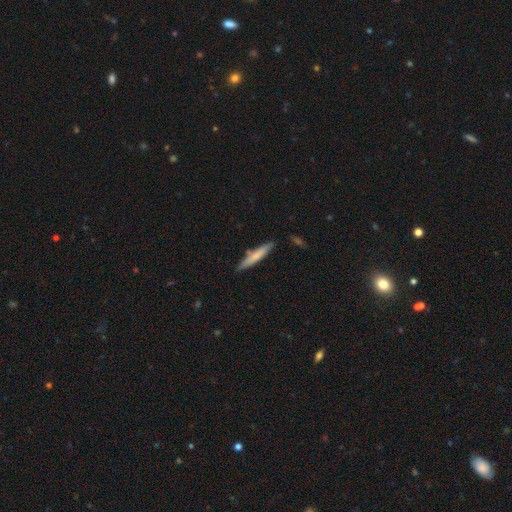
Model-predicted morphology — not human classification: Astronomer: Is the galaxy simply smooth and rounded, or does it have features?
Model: smooth — 67%.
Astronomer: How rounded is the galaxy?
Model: cigar-shaped — 92%.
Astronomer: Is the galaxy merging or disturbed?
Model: none — 82%.